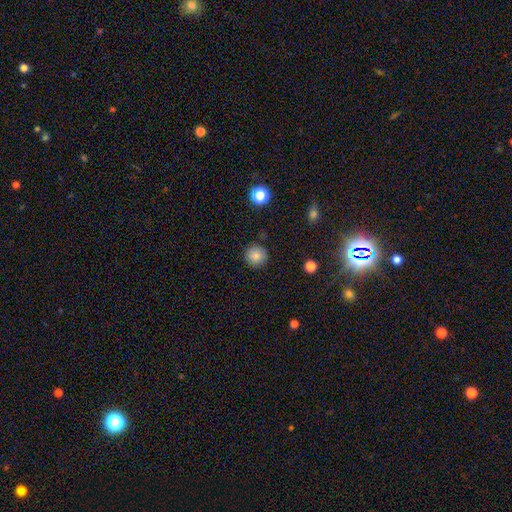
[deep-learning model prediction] smooth_or_featured: smooth (p=0.84) [alt: star or artifact p=0.10]
how_rounded: round (p=0.94) [alt: in between p=0.05]
merging: none (p=0.88) [alt: minor disturbance p=0.08]